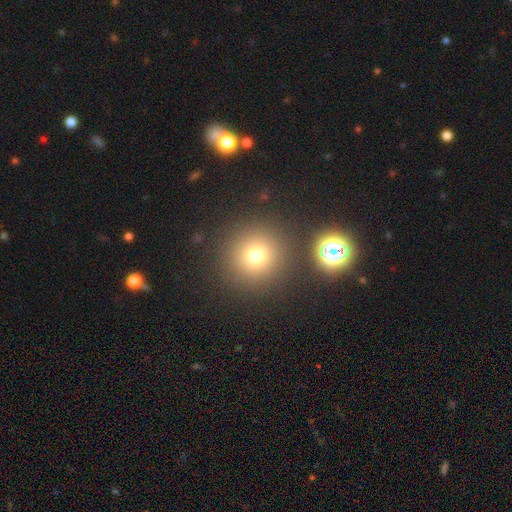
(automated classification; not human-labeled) This is likely a smooth galaxy (72%). How rounded: clearly round (95%). Merging: clearly none (86%).